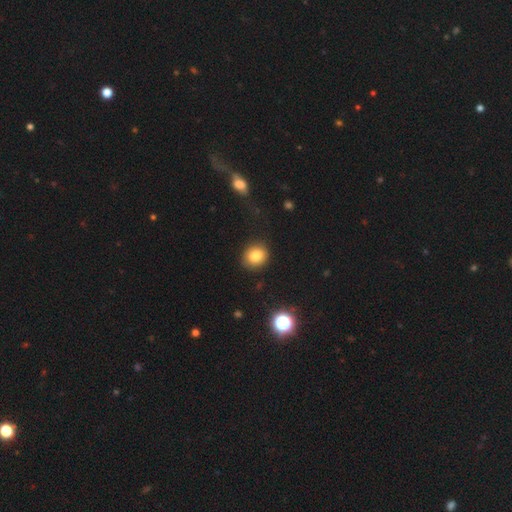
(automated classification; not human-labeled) smooth 81%, star or artifact 11%, featured or disk 8%. Down the decision tree: how rounded — round (73%); merging — none (87%).